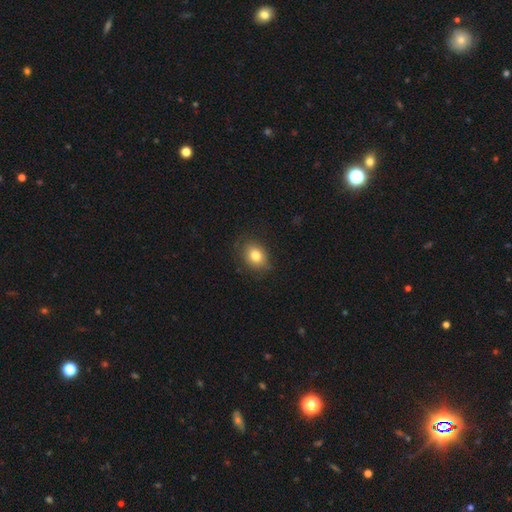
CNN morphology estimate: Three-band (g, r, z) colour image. It shows a smooth galaxy with no disk features (81%) that is in between round and cigar-shaped (62%). Merging: none (80%).